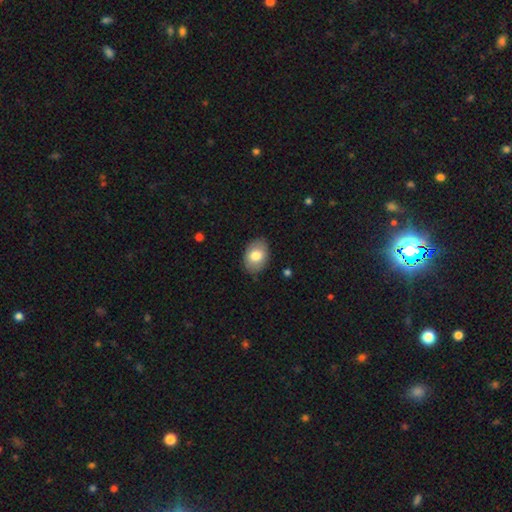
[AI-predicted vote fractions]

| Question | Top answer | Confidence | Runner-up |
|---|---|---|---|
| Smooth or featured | smooth | 79% | featured or disk (15%) |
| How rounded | in between | 81% | round (18%) |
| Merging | none | 85% | minor disturbance (11%) |